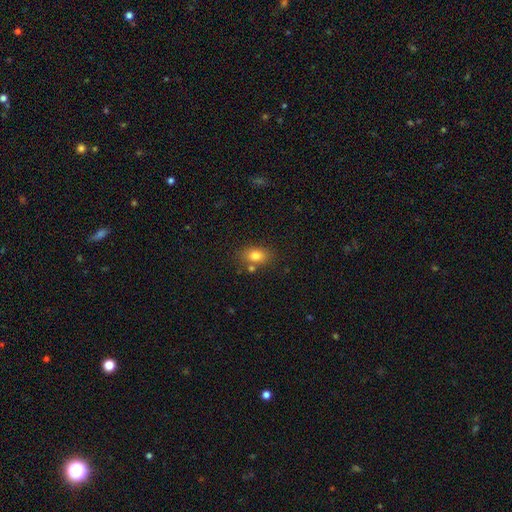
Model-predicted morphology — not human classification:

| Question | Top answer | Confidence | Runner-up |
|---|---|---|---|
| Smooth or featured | smooth | 80% | star or artifact (10%) |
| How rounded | in between | 77% | round (21%) |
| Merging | none | 71% | minor disturbance (13%) |